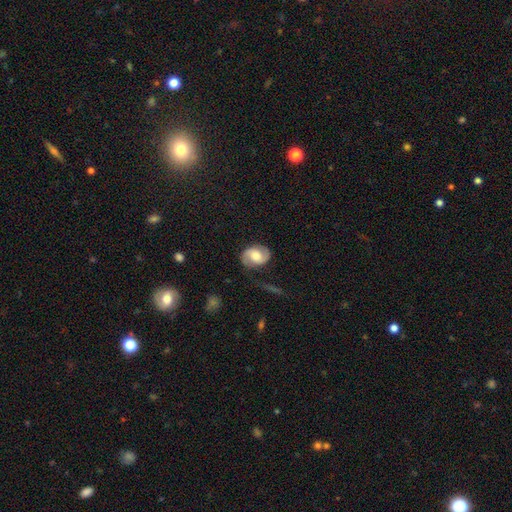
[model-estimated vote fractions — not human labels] This is likely a featured or disk galaxy (68%). It is clearly not viewed edge-on (97%). Bar: possibly no (47%). Spiral arm pattern: clearly yes (92%). Spiral arm count: clearly 2 (90%). Spiral winding: possibly medium (48%). Central bulge: possibly moderate (58%). Merging: likely none (79%).